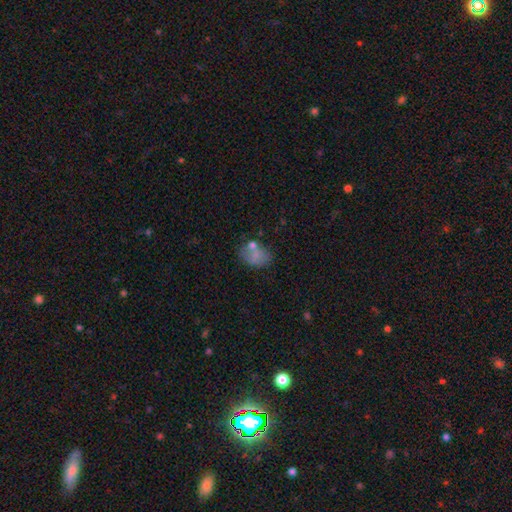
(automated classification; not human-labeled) Smooth or featured: smooth — 69% (featured or disk — 19%)
How rounded: in between — 71% (round — 28%)
Merging: none — 48% (minor disturbance — 21%)